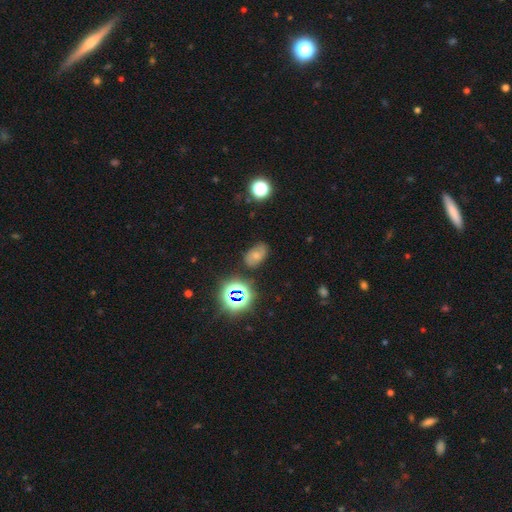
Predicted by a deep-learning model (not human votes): Smooth or featured? smooth (54%)
How rounded? in between (85%)
Merging? none (71%)